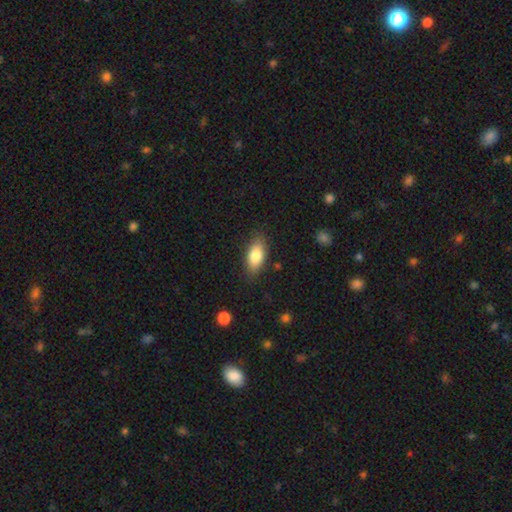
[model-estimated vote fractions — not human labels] Morphology: type=smooth (79%); roundness=in between (85%); merging=none (84%).